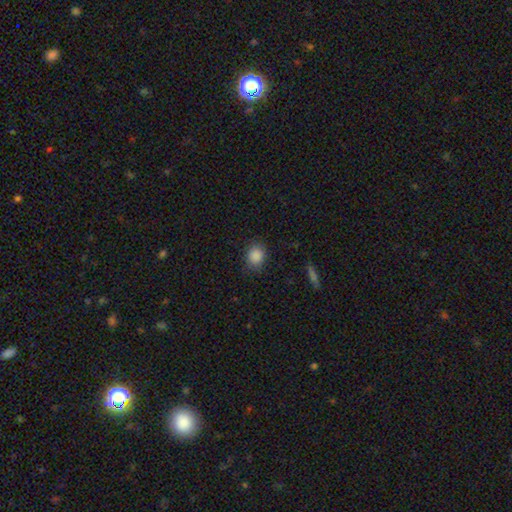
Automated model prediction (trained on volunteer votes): smooth-or-featured: smooth: 88% | star or artifact: 9% | featured or disk: 3%
  how-rounded: round: 58% | in between: 41% | cigar-shaped: 1%
  merging: none: 84% | minor disturbance: 12% | major disturbance: 3% | merger: 1%